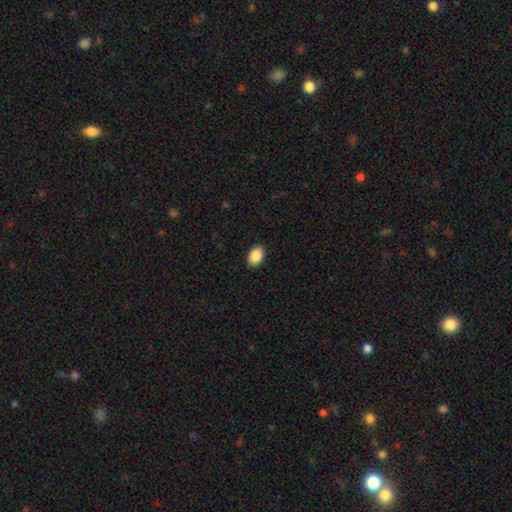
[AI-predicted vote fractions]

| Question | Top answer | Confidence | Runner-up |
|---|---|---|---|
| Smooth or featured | smooth | 88% | star or artifact (7%) |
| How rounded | in between | 85% | round (14%) |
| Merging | none | 90% | minor disturbance (8%) |